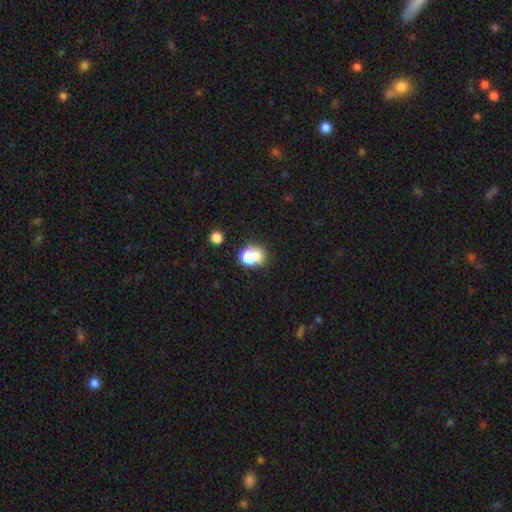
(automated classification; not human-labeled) A smooth galaxy with no disk features (71%) that is round (62%).

Vote fractions:
- Smooth or featured? smooth: 71% / featured or disk: 15% / star or artifact: 14%
- How rounded? round: 62% / in between: 37% / cigar-shaped: 1%
- Merging? merger: 45% / none: 36% / minor disturbance: 12% / major disturbance: 8%